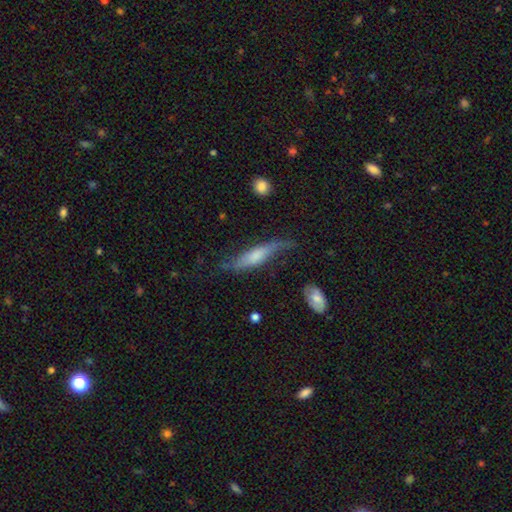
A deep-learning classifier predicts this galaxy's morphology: Smooth or featured? Predicted: featured or disk (p=0.49). Merging? Predicted: none (p=0.50).